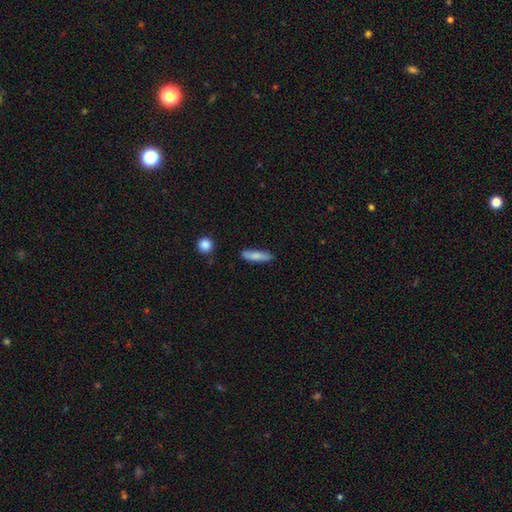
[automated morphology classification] Smooth or featured? smooth (80%)
How rounded? cigar-shaped (72%)
Merging? none (84%)